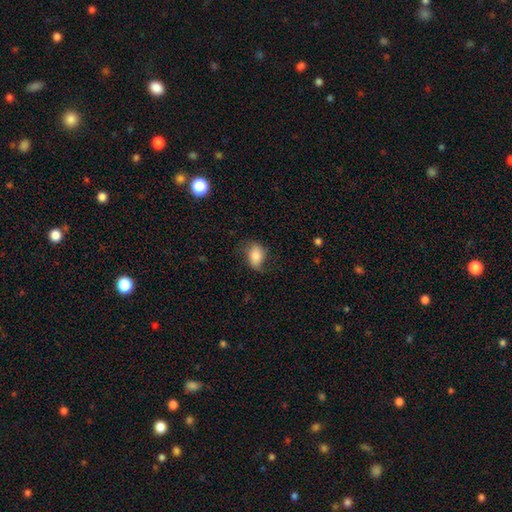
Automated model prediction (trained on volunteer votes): smooth 73%, featured or disk 18%, star or artifact 8%. Down the decision tree: how rounded — in between (80%); merging — none (59%).